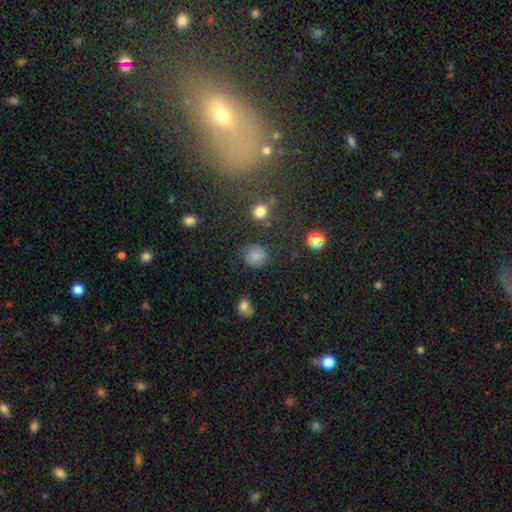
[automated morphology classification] Smooth or featured? smooth (59%)
How rounded? round (77%)
Merging? none (75%)